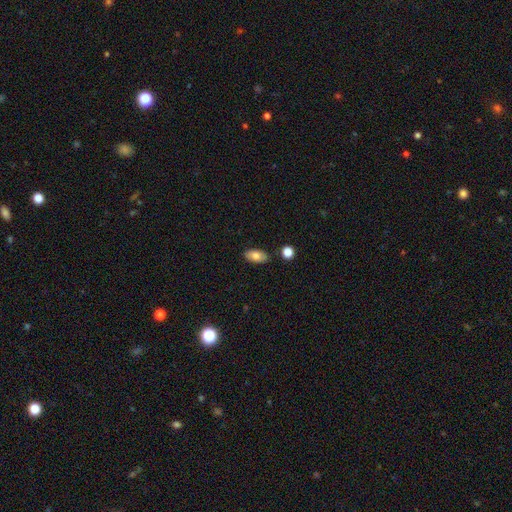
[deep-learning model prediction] smooth-or-featured: smooth: 80% | featured or disk: 13% | star or artifact: 8%
  how-rounded: in between: 92% | round: 4% | cigar-shaped: 4%
  merging: none: 84% | minor disturbance: 11% | merger: 3% | major disturbance: 2%